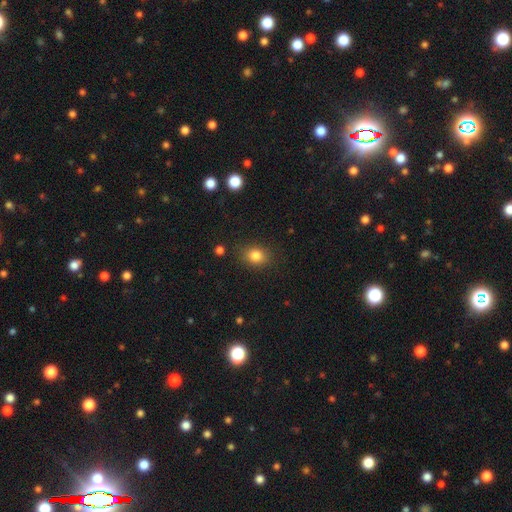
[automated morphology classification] A smooth galaxy with no disk features (83%) that is in between round and cigar-shaped (50%).

Vote fractions:
- Smooth or featured? smooth: 83% / star or artifact: 11% / featured or disk: 6%
- How rounded? in between: 50% / round: 49% / cigar-shaped: 1%
- Merging? none: 84% / minor disturbance: 11% / major disturbance: 3% / merger: 2%